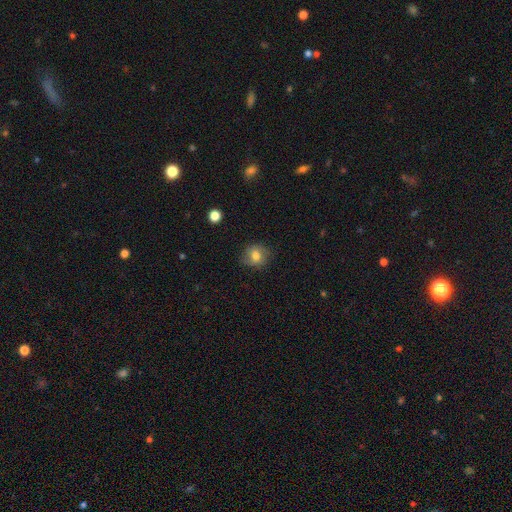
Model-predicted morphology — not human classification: type=smooth (76%); roundness=round (73%); merging=none (77%).